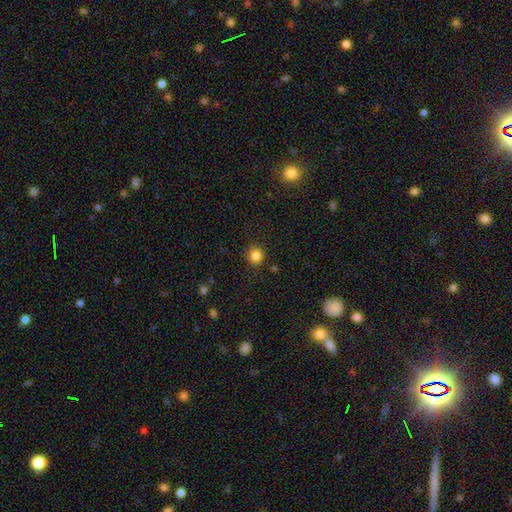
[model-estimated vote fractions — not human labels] Smooth or featured?
  - smooth: 84% *
  - star or artifact: 12%
  - featured or disk: 4%
How rounded?
  - round: 80% *
  - in between: 19%
  - cigar-shaped: 1%
Merging?
  - none: 88% *
  - minor disturbance: 8%
  - major disturbance: 3%
  - merger: 2%